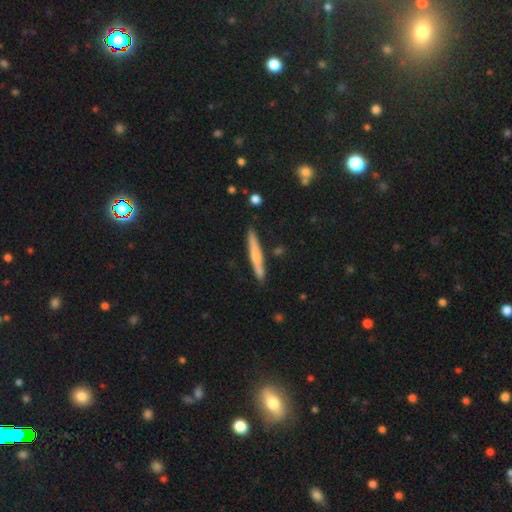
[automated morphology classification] The model was most divided on "smooth or featured": smooth: 50%, featured or disk: 45%, star or artifact: 5%. More confident: merging — none (87%).